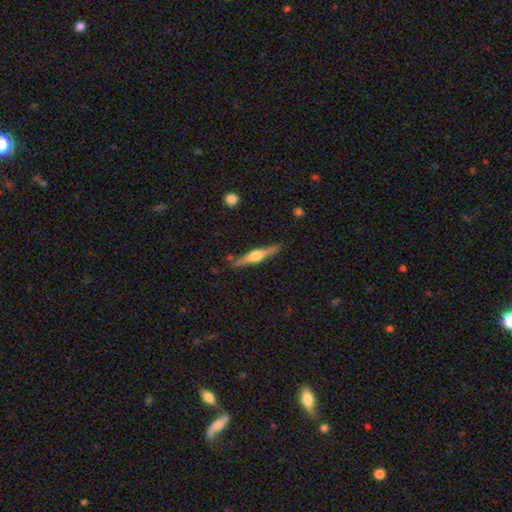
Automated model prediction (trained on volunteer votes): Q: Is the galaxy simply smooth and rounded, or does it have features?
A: featured or disk — 74%.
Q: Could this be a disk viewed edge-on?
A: yes — 98%.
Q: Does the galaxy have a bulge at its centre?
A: rounded — 92%.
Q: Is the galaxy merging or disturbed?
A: none — 87%.